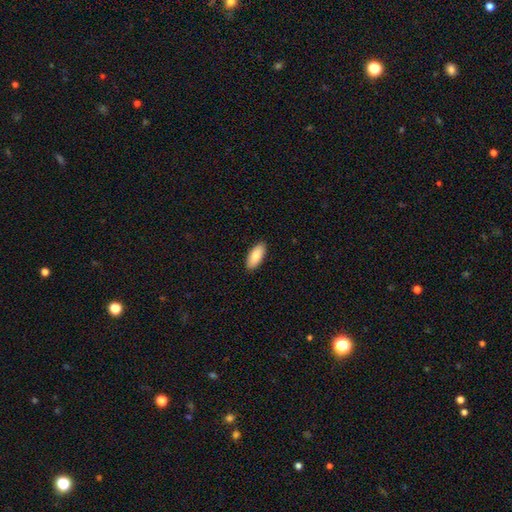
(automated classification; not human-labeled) smooth 86%, featured or disk 9%, star or artifact 6%. Down the decision tree: how rounded — in between (87%); merging — none (90%).